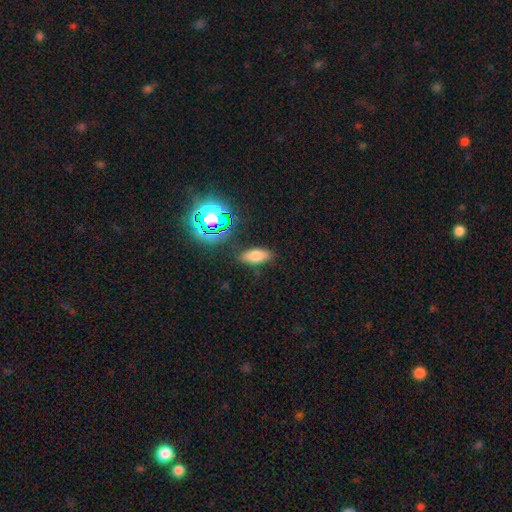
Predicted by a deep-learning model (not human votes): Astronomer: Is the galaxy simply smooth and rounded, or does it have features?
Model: smooth — 68%.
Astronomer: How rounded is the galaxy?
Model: in between — 76%.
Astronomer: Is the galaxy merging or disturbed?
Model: none — 85%.